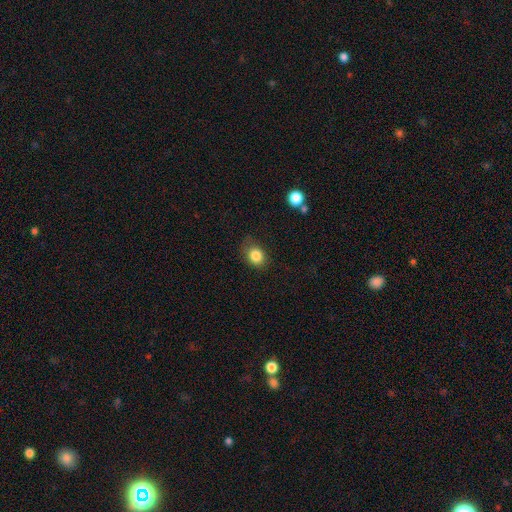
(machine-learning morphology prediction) Smooth or featured: smooth — 84% (star or artifact — 10%)
How rounded: round — 52% (in between — 47%)
Merging: none — 73% (minor disturbance — 20%)